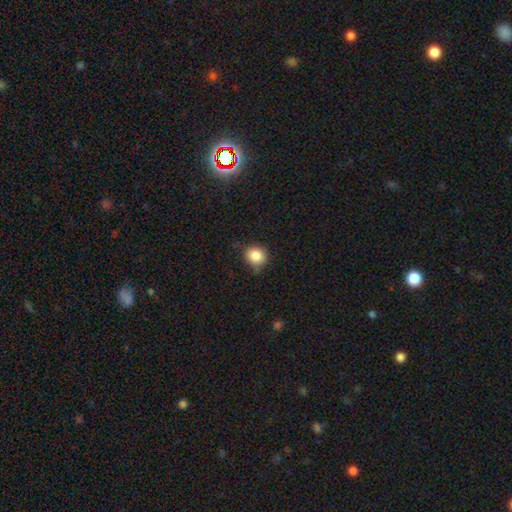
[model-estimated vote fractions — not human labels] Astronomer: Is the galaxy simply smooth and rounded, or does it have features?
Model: smooth — 84%.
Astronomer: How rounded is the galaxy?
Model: round — 85%.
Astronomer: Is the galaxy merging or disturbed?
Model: none — 72%.